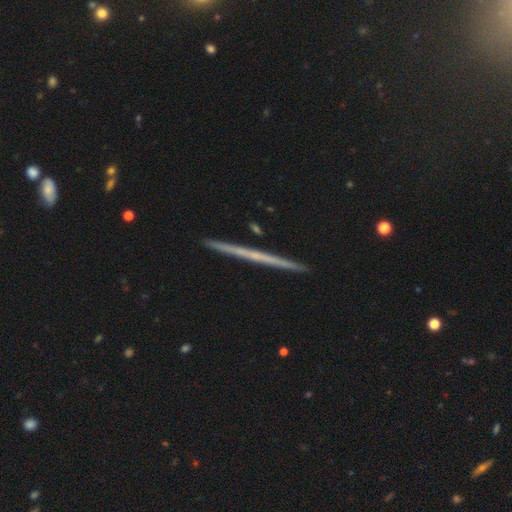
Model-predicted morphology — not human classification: Q: Smooth or featured?
A: featured or disk (65%); runner-up: smooth (29%)
Q: Edge-on disk?
A: yes (98%); runner-up: no (2%)
Q: Edge-on bulge?
A: none (86%); runner-up: rounded (11%)
Q: Merging?
A: none (92%); runner-up: minor disturbance (5%)